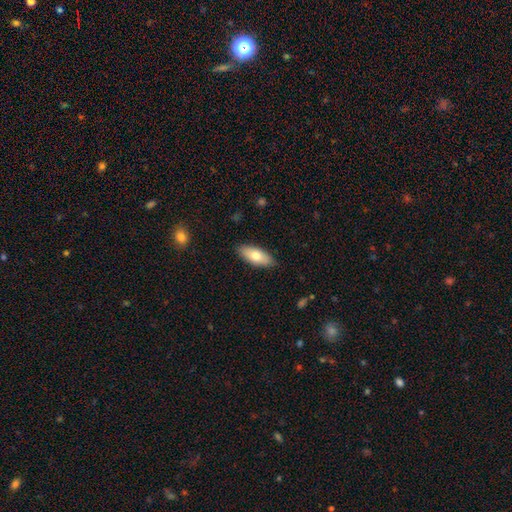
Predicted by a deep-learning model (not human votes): Smooth or featured? Predicted: smooth (p=0.73). How rounded? Predicted: in between (p=0.82). Merging? Predicted: none (p=0.87).